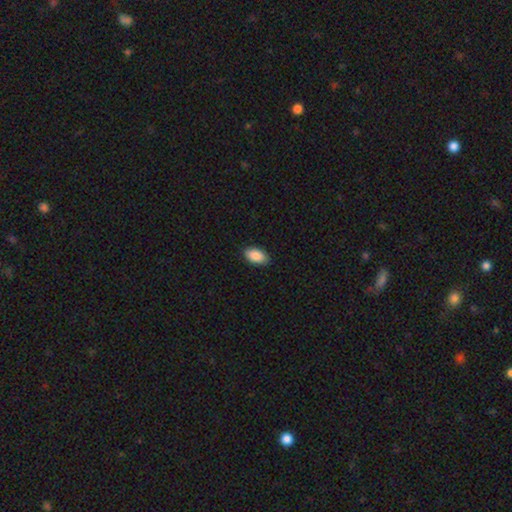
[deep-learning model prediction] A smooth galaxy with no disk features (89%) that is in between round and cigar-shaped (95%). Merging: none (88%).